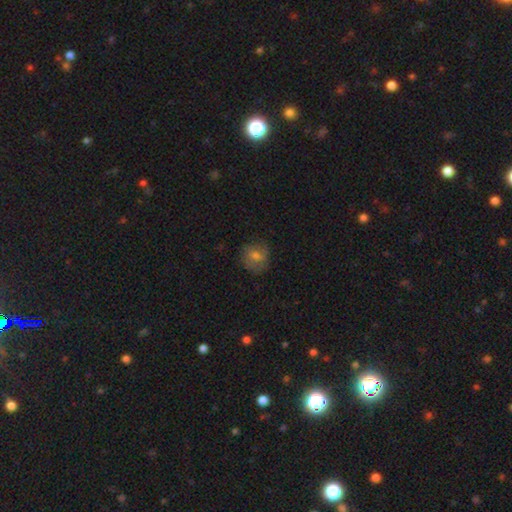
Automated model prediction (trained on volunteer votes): A smooth galaxy with no disk features (58%) that is round (74%).

Vote fractions:
- Smooth or featured? smooth: 58% / featured or disk: 29% / star or artifact: 12%
- How rounded? round: 74% / in between: 25% / cigar-shaped: 1%
- Merging? none: 73% / minor disturbance: 18% / major disturbance: 8% / merger: 1%